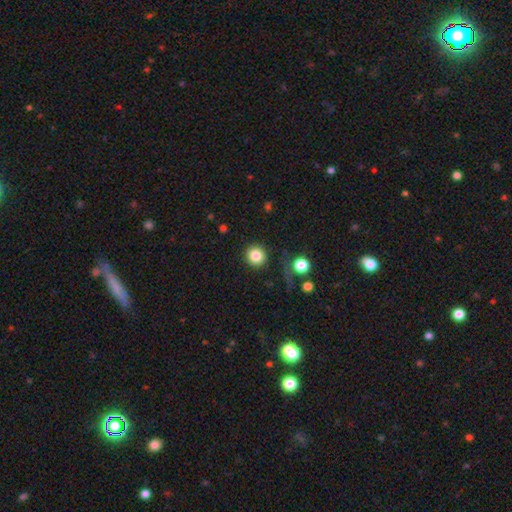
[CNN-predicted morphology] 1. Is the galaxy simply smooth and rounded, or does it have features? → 84% smooth, 10% star or artifact, 6% featured or disk.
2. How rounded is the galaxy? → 92% round, 7% in between, 1% cigar-shaped.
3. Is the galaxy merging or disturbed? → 87% none, 7% minor disturbance, 4% major disturbance, 2% merger.